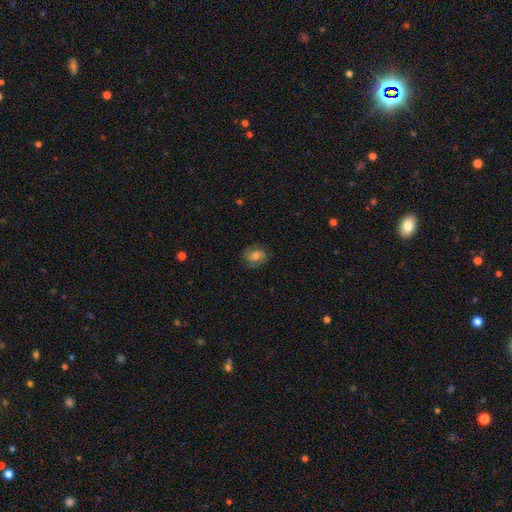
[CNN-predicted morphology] Q: Smooth or featured?
A: smooth (61%); runner-up: featured or disk (28%)
Q: How rounded?
A: round (57%); runner-up: in between (42%)
Q: Merging?
A: none (74%); runner-up: minor disturbance (19%)